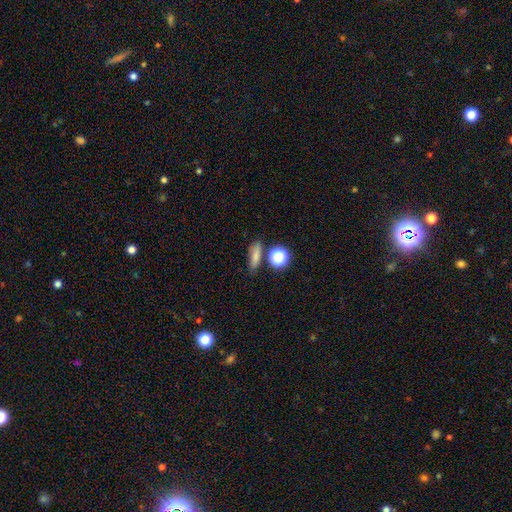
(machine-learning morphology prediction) Smooth or featured: smooth — 74% (star or artifact — 15%)
How rounded: in between — 48% (cigar-shaped — 32%)
Merging: none — 75% (minor disturbance — 13%)